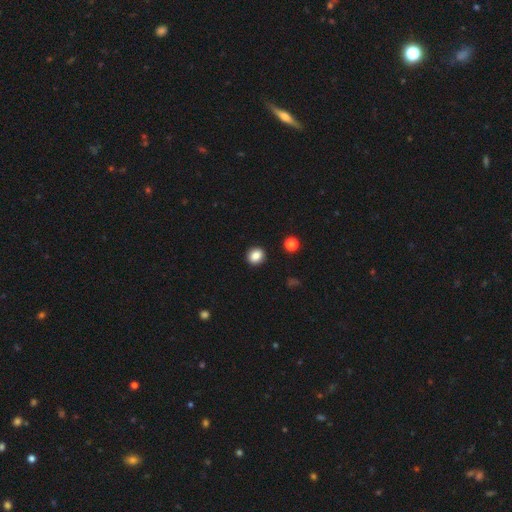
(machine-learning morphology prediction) This is clearly a smooth galaxy (85%). How rounded: likely round (78%). Merging: clearly none (92%).